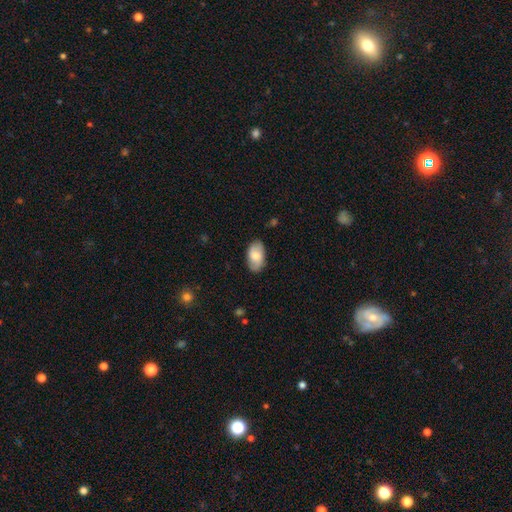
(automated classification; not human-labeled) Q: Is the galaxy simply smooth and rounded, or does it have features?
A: smooth — 68%.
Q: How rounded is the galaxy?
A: in between — 94%.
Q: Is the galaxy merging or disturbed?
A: none — 81%.